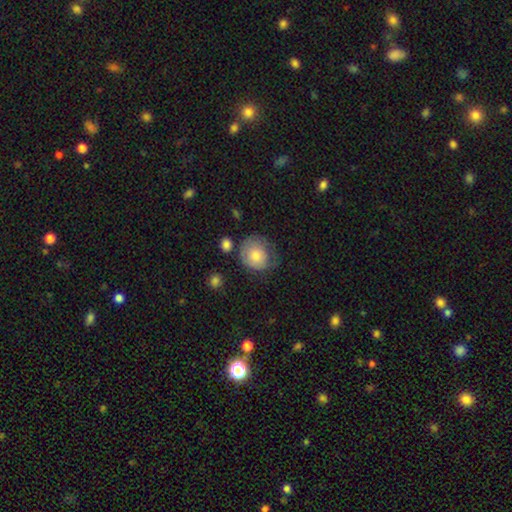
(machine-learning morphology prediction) A smooth galaxy with no disk features (70%) that is round (77%). Merging: none (52%).